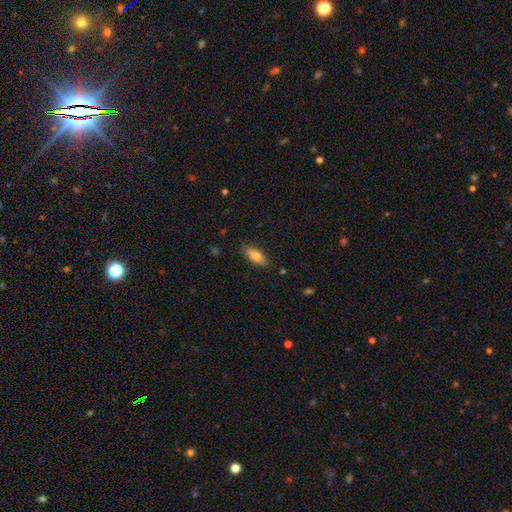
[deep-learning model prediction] This appears to be a smooth galaxy with no disk features (81%) that is in between round and cigar-shaped (77%). Merging: none (83%).